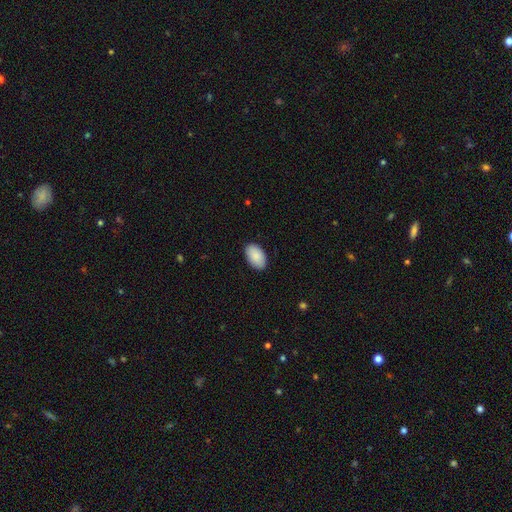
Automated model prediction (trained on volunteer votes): smooth 90%, star or artifact 6%, featured or disk 5%. Down the decision tree: how rounded — in between (94%); merging — none (89%).